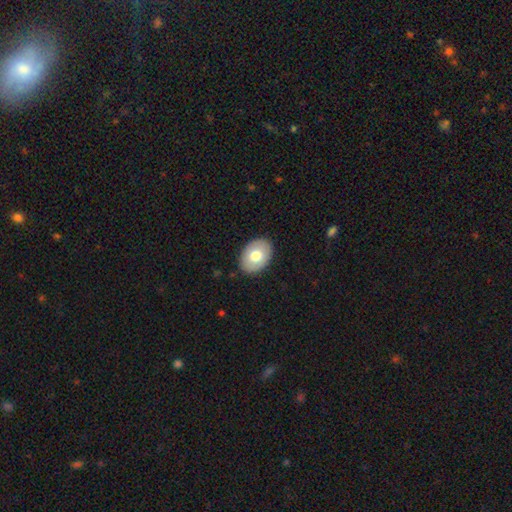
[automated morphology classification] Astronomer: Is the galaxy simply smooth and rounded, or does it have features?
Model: smooth — 72%.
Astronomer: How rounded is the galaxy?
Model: in between — 79%.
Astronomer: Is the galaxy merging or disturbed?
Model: none — 88%.